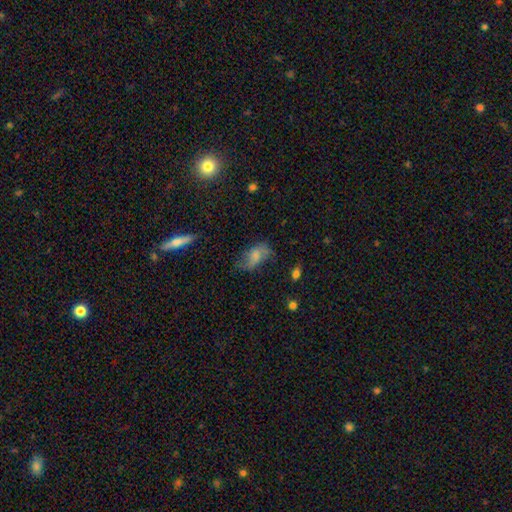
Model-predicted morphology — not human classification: Smooth or featured? smooth (60%)
How rounded? in between (90%)
Merging? none (44%)